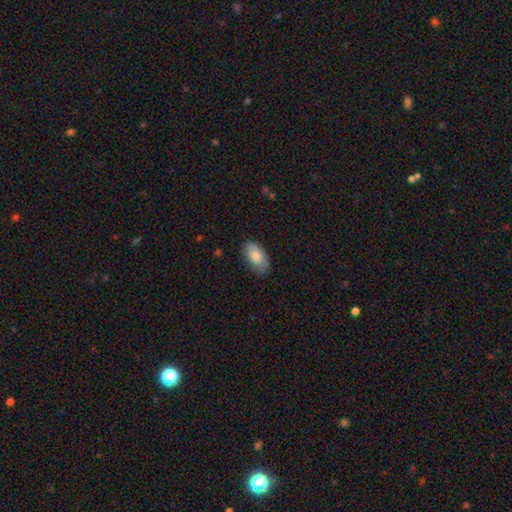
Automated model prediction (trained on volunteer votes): The model was most divided on "merging": none: 78%, minor disturbance: 18%, major disturbance: 3%, merger: 1%. More confident: how rounded — in between (94%); smooth or featured — smooth (82%).